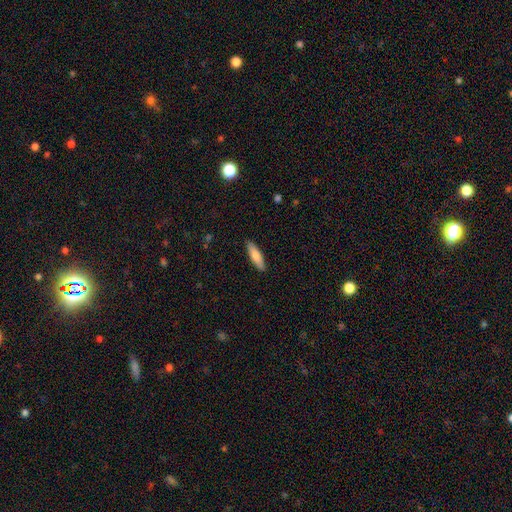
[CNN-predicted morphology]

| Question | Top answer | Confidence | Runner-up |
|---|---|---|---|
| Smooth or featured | smooth | 77% | featured or disk (17%) |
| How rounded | cigar-shaped | 61% | in between (37%) |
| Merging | none | 90% | minor disturbance (8%) |